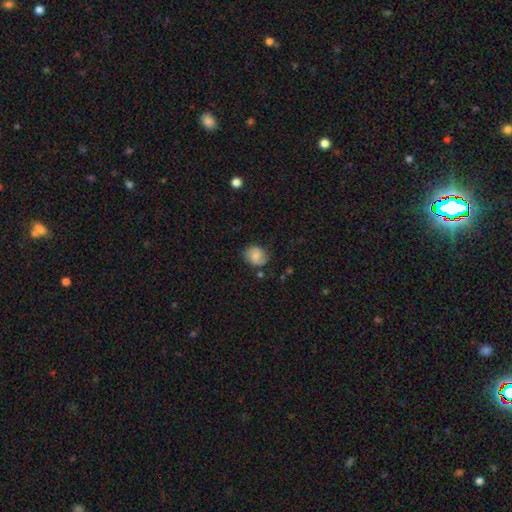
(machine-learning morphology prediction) Overall: smooth (70%). How rounded: round (65%; in between 34%). Merging: none (75%).